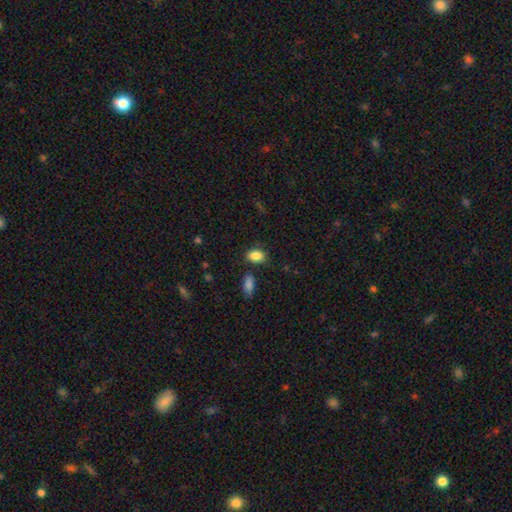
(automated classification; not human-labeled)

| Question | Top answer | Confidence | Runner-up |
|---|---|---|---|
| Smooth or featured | smooth | 86% | star or artifact (8%) |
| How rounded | in between | 80% | round (18%) |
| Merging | none | 79% | minor disturbance (13%) |